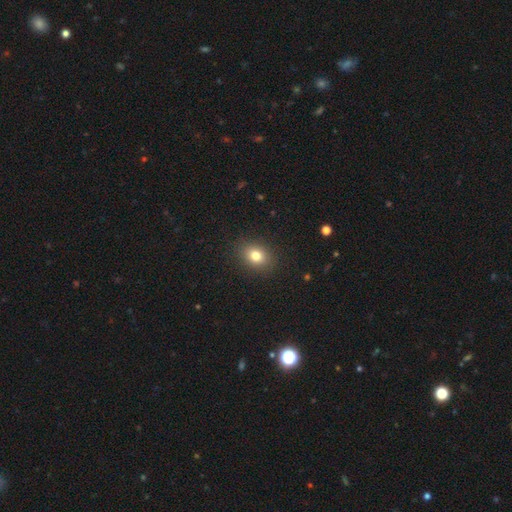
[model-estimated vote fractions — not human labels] Smooth or featured? Predicted: smooth (p=0.79). How rounded? Predicted: in between (p=0.57). Merging? Predicted: none (p=0.89).